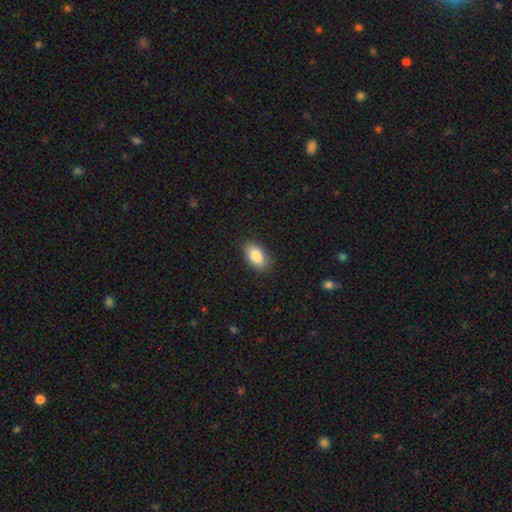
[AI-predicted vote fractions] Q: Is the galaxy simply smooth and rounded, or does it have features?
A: smooth — 86%.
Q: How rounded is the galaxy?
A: in between — 92%.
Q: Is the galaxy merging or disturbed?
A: none — 86%.